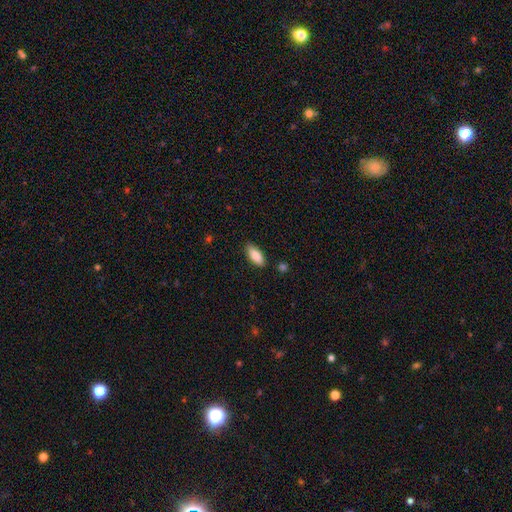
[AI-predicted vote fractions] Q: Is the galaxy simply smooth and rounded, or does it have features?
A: smooth — 86%.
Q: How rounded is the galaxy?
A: in between — 82%.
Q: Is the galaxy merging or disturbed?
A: none — 86%.